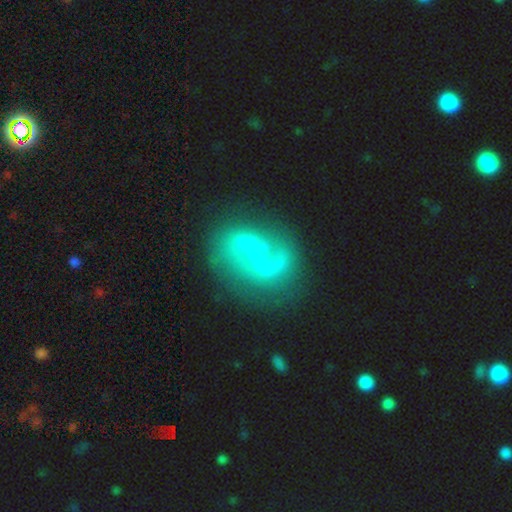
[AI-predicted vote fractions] Smooth or featured? featured or disk (79%)
Edge-on disk? no (97%)
Bar? weak (43%)
Spiral arms? yes (84%)
Spiral winding? loose (57%)
Spiral arm count? 2 (75%)
Bulge size? small (56%)
Merging? none (64%)